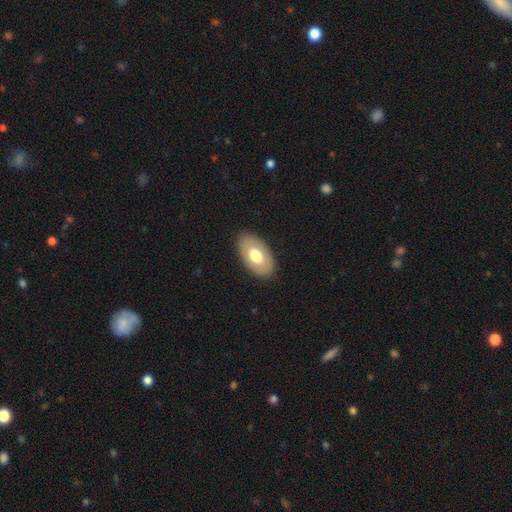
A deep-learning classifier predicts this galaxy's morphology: Smooth or featured: smooth — 64% (featured or disk — 30%)
How rounded: in between — 94% (round — 5%)
Merging: none — 86% (minor disturbance — 10%)